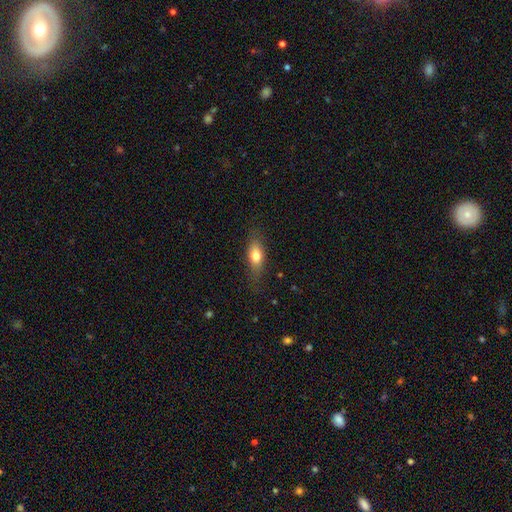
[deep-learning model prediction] This is likely a smooth galaxy (74%). How rounded: likely in between (73%). Merging: likely none (76%).